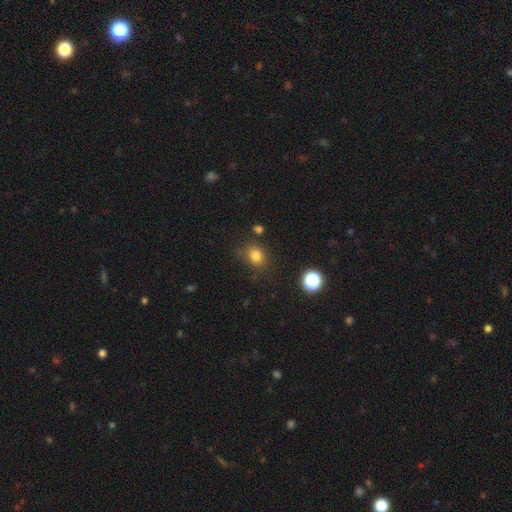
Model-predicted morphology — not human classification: A smooth galaxy with no disk features (80%) that is round (57%).

Vote fractions:
- Smooth or featured? smooth: 80% / star or artifact: 14% / featured or disk: 6%
- How rounded? round: 57% / in between: 42% / cigar-shaped: 1%
- Merging? none: 78% / minor disturbance: 14% / major disturbance: 5% / merger: 4%